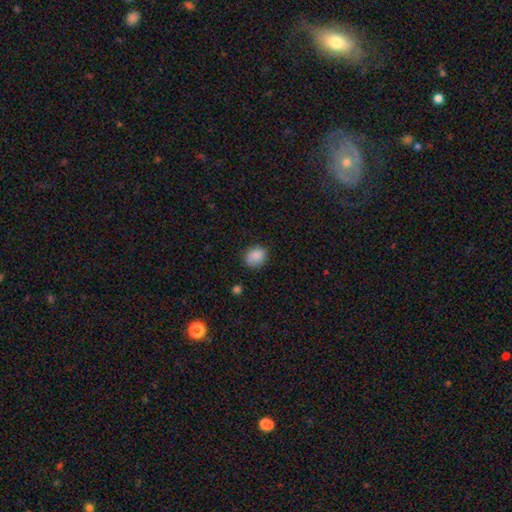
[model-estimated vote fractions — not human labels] Q: Smooth or featured?
A: smooth (87%); runner-up: star or artifact (8%)
Q: How rounded?
A: round (56%); runner-up: in between (43%)
Q: Merging?
A: none (77%); runner-up: minor disturbance (18%)